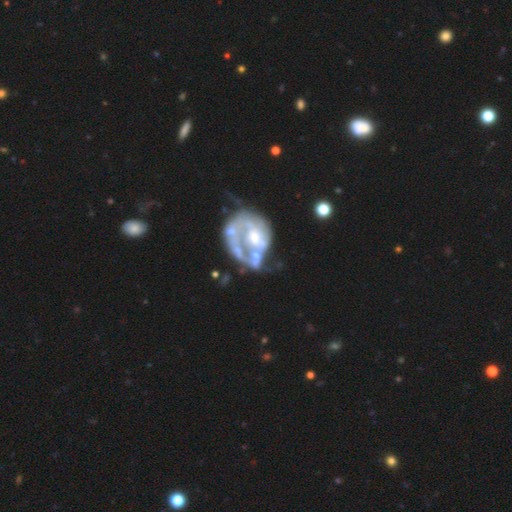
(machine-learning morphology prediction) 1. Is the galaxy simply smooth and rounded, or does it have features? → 76% featured or disk, 16% smooth, 9% star or artifact.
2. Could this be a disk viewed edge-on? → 98% no, 2% yes.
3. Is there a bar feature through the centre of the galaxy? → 70% no, 22% weak, 7% strong.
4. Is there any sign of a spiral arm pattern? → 58% no, 42% yes.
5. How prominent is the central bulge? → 36% moderate, 29% none, 28% small, 5% large, 2% dominant.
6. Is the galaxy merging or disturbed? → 34% major disturbance, 26% none, 24% merger, 16% minor disturbance.